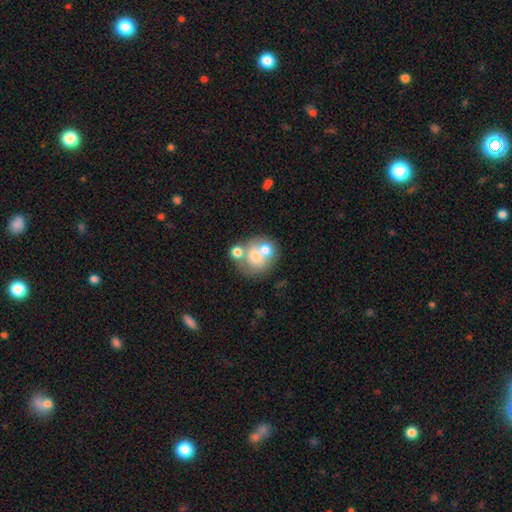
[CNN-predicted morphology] Overall: smooth (61%; featured or disk 28%). How rounded: round (77%). Merging: merger (47%; none 38%).